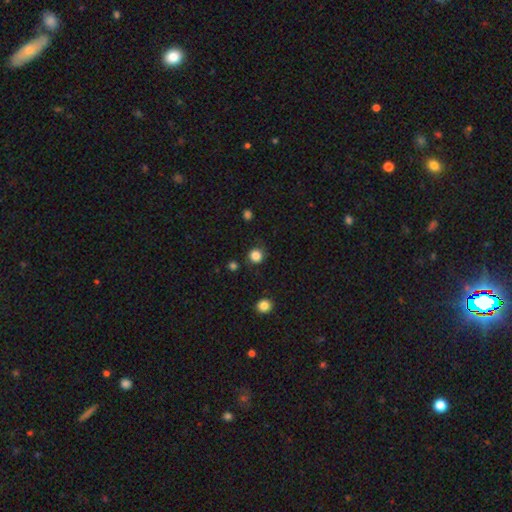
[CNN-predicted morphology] This appears to be a smooth galaxy with no disk features (85%) that is round (92%). Merging: none (85%).